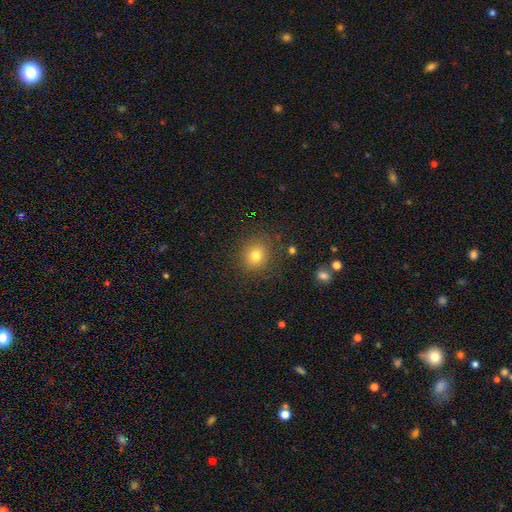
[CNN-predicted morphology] This is likely a smooth galaxy (78%). How rounded: likely round (79%). Merging: clearly none (85%).